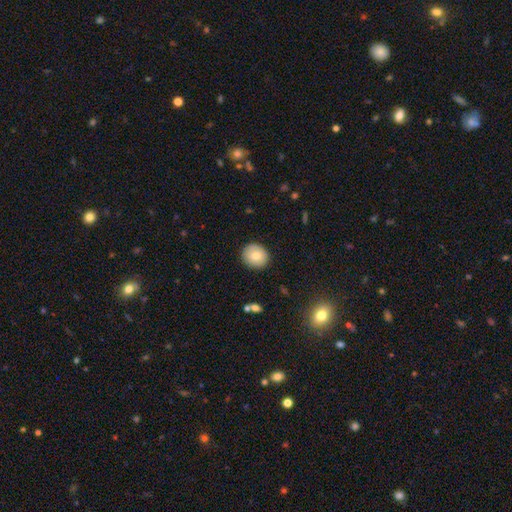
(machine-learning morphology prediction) This appears to be a smooth galaxy with no disk features (80%) that is round (82%). Merging: none (88%).